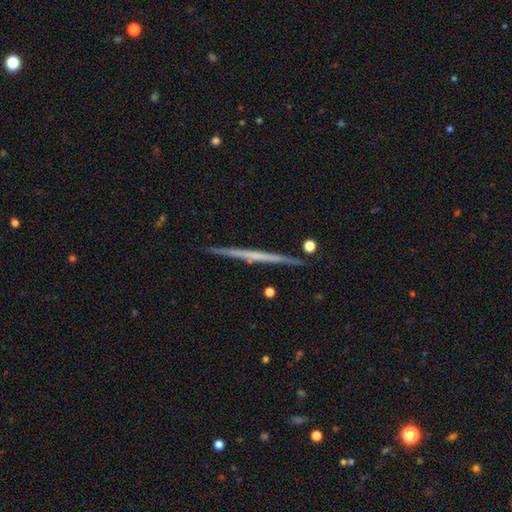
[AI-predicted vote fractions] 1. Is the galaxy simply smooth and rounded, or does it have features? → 68% featured or disk, 27% smooth, 5% star or artifact.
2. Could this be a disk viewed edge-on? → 98% yes, 2% no.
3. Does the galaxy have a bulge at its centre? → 83% none, 11% rounded, 6% boxy.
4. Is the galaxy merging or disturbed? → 91% none, 6% minor disturbance, 2% merger, 1% major disturbance.